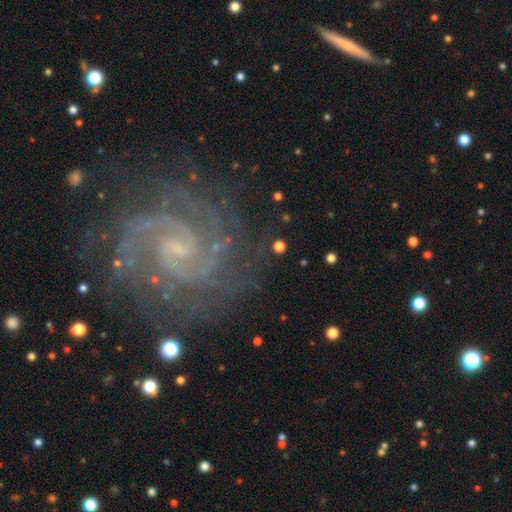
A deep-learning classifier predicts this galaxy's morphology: type=featured or disk (89%); edge-on=no (98%); bar=weak (44%); spiral arms=yes (99%); winding=tight (60%); arm count=2 (70%); bulge=small (70%); merging=none (80%).